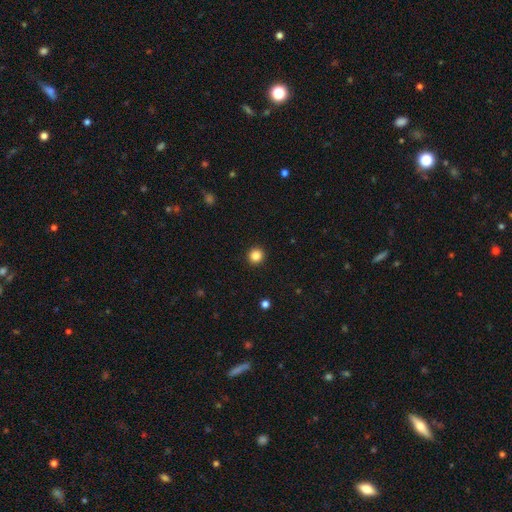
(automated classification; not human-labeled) Overall: smooth (85%). How rounded: round (95%). Merging: none (94%).